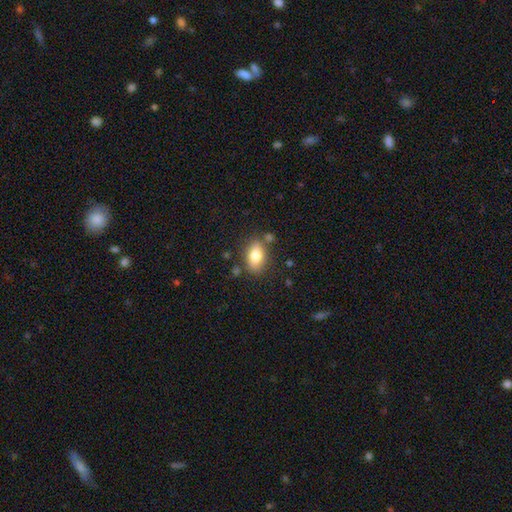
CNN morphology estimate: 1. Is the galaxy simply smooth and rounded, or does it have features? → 79% smooth, 13% featured or disk, 8% star or artifact.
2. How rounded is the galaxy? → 87% in between, 10% round, 3% cigar-shaped.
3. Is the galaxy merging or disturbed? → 77% none, 13% minor disturbance, 6% merger, 4% major disturbance.